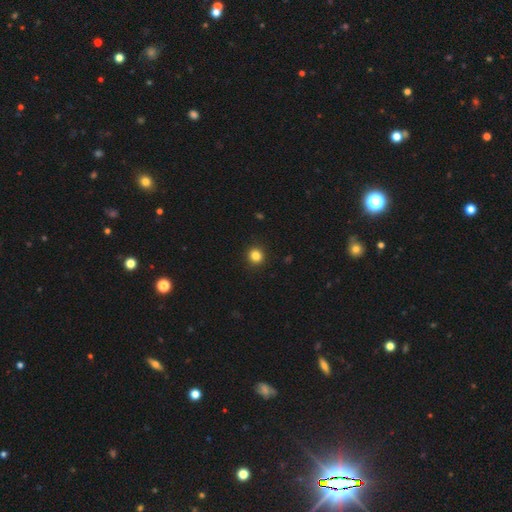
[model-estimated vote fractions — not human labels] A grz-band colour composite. It shows a smooth galaxy with no disk features (84%) that is round (90%). Merging: none (92%).